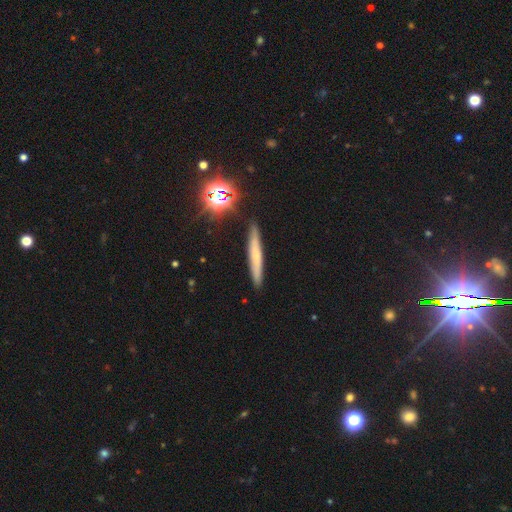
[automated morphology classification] smooth 51%, featured or disk 36%, star or artifact 13%. Down the decision tree: how rounded — cigar-shaped (93%); merging — none (88%).